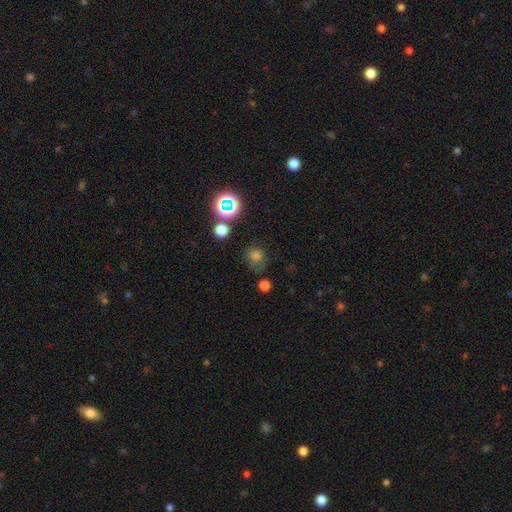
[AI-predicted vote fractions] This is likely a smooth galaxy (69%). How rounded: likely round (79%). Merging: likely none (63%).